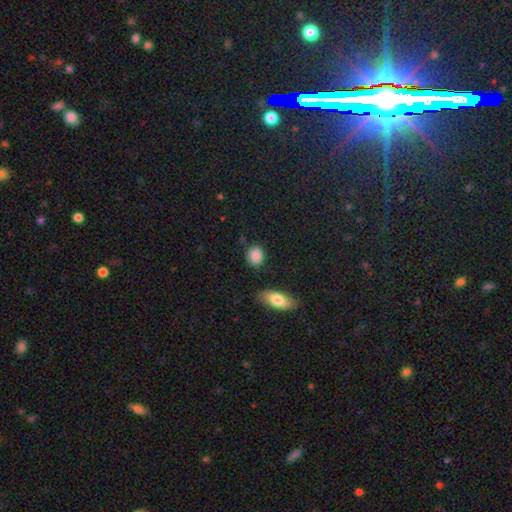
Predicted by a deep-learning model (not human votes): Smooth or featured?
  - smooth: 88% *
  - star or artifact: 8%
  - featured or disk: 4%
How rounded?
  - round: 64% *
  - in between: 33%
  - cigar-shaped: 2%
Merging?
  - none: 81% *
  - minor disturbance: 12%
  - merger: 4%
  - major disturbance: 3%